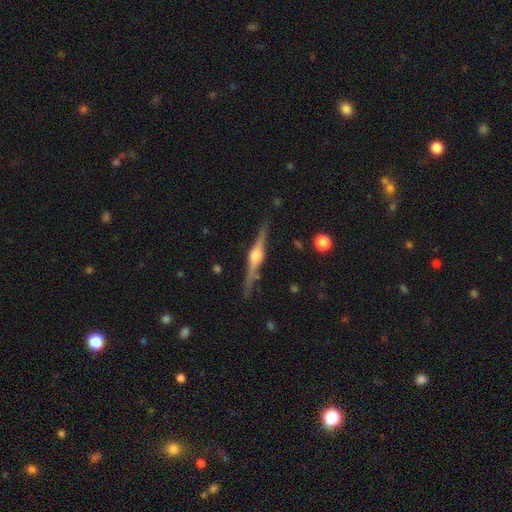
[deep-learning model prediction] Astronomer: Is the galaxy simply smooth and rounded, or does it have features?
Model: featured or disk — 84%.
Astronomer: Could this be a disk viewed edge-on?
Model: yes — 98%.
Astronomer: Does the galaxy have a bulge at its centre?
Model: rounded — 90%.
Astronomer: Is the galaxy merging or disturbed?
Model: none — 85%.